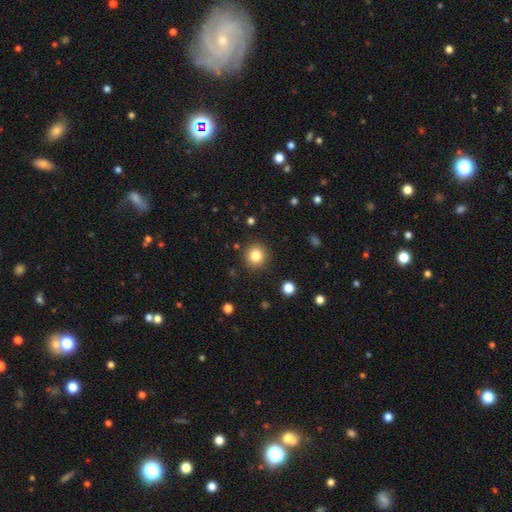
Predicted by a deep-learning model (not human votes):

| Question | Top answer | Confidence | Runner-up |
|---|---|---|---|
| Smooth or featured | smooth | 82% | star or artifact (11%) |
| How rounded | round | 94% | in between (6%) |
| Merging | none | 90% | minor disturbance (6%) |